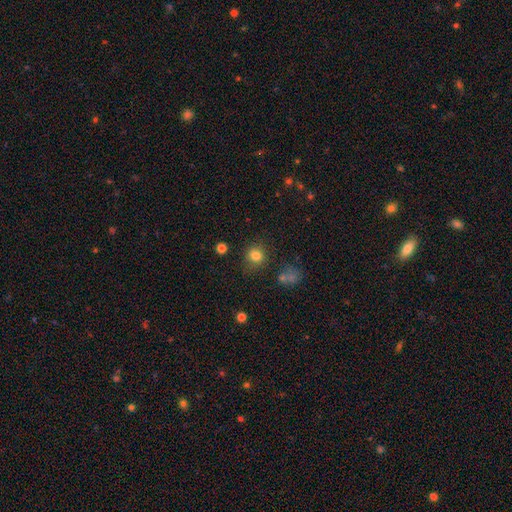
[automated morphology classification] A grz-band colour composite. It shows a smooth galaxy with no disk features (80%) that is round (84%). Merging: none (81%).